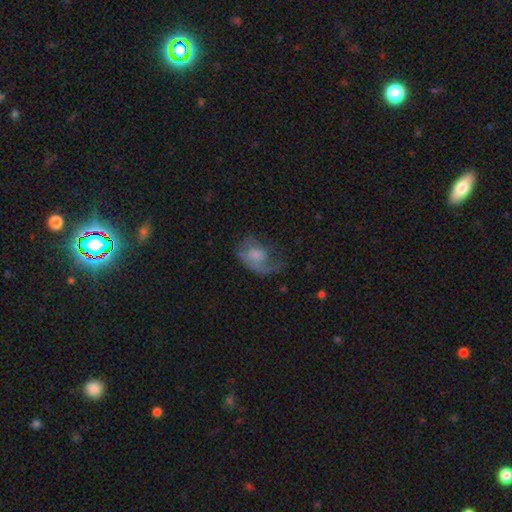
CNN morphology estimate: A featured or disk galaxy (54%) with no bar (68%), spiral arms (75%) and a moderate central bulge (39%). Merging: major disturbance (40%).